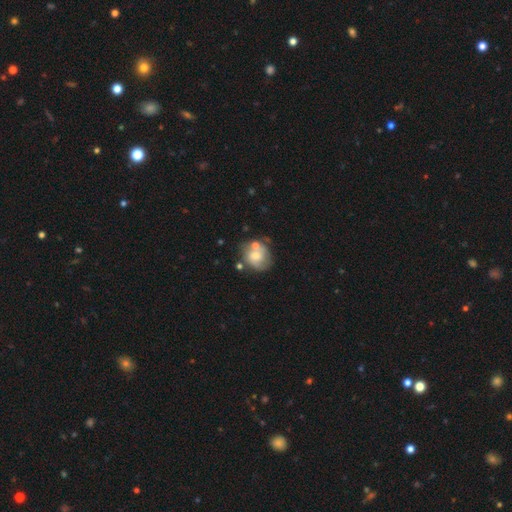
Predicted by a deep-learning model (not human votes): Smooth or featured? smooth (54%)
How rounded? round (62%)
Merging? none (45%)